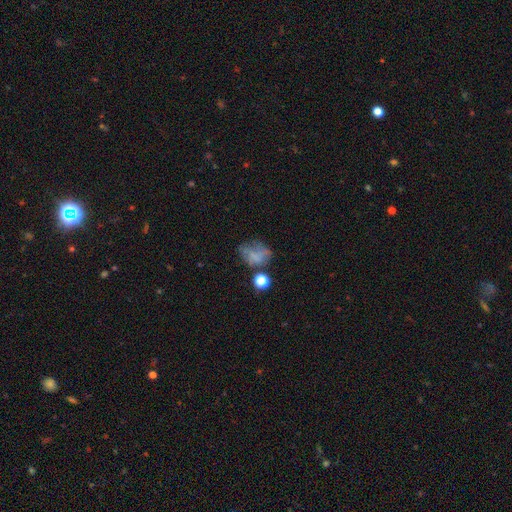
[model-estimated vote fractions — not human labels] Smooth or featured?
  - smooth: 56% *
  - featured or disk: 27%
  - star or artifact: 17%
How rounded?
  - in between: 64% *
  - round: 34%
  - cigar-shaped: 2%
Merging?
  - none: 39% *
  - major disturbance: 27%
  - minor disturbance: 25%
  - merger: 10%